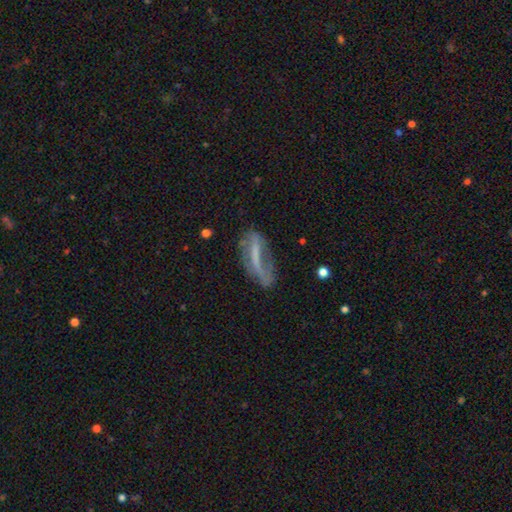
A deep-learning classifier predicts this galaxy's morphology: Smooth or featured: featured or disk — 59% (smooth — 31%)
Edge-on disk: no — 78% (yes — 22%)
Merging: none — 46% (minor disturbance — 27%)